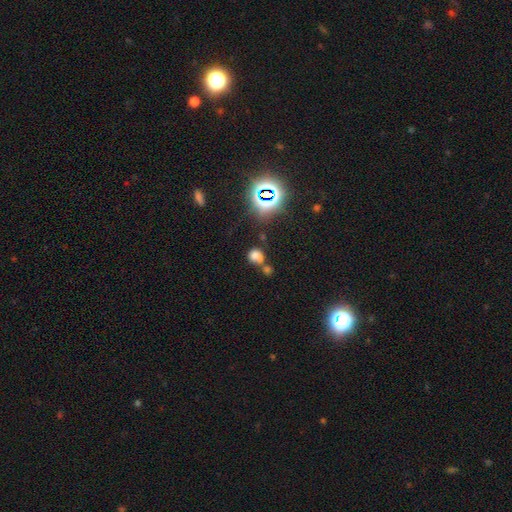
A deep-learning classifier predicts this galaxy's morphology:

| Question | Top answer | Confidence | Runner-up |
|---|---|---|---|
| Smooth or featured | smooth | 63% | star or artifact (26%) |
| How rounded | round | 73% | in between (26%) |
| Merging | none | 40% | tied: merger (40%) |